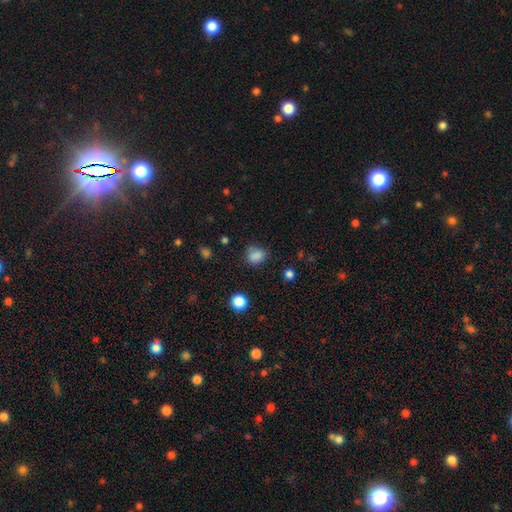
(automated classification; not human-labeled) The model was most divided on "how rounded": round: 62%, in between: 37%, cigar-shaped: 1%. More confident: smooth or featured — smooth (81%); merging — none (69%).